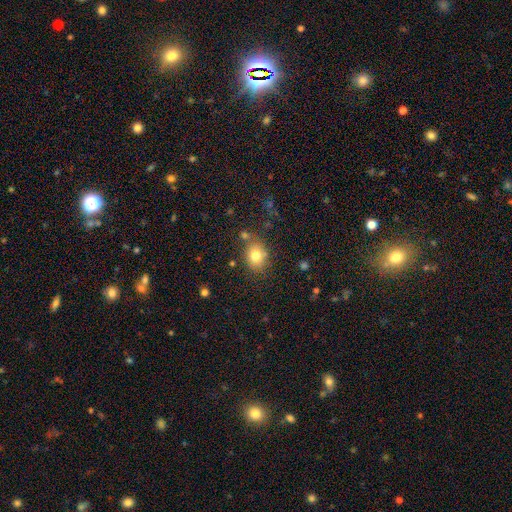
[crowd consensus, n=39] Smooth or featured? smooth (87%)
How rounded? in between (59%)
Merging? none (87%)